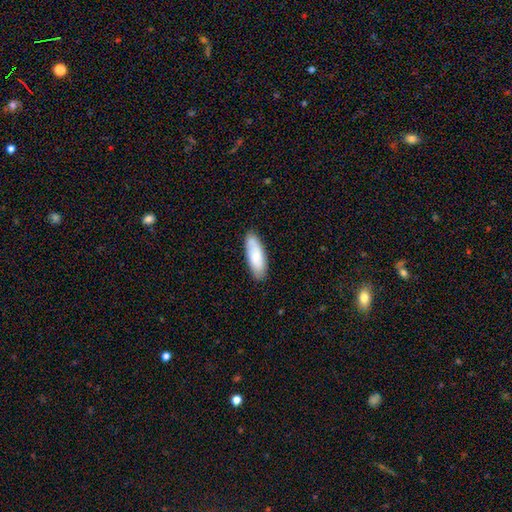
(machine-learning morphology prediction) Smooth or featured?
  - smooth: 74% *
  - featured or disk: 20%
  - star or artifact: 6%
How rounded?
  - in between: 64% *
  - cigar-shaped: 35%
  - round: 2%
Merging?
  - none: 83% *
  - minor disturbance: 13%
  - major disturbance: 2%
  - merger: 1%